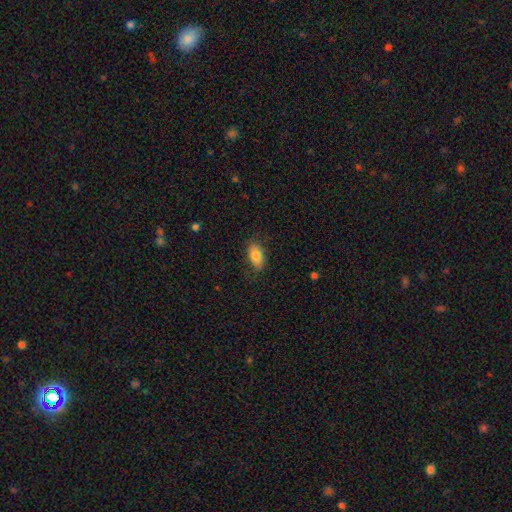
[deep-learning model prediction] Morphology: type=smooth (82%); roundness=in between (90%); merging=none (79%).